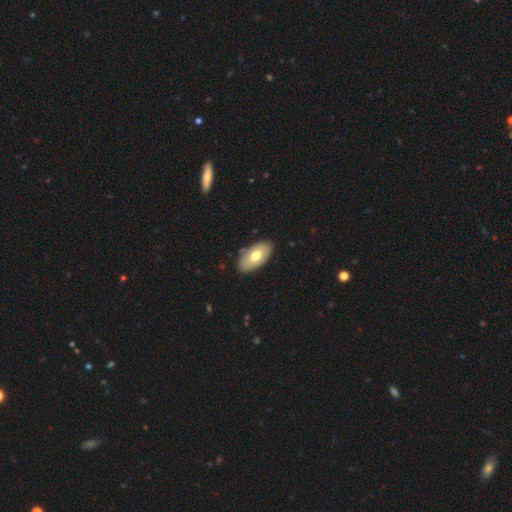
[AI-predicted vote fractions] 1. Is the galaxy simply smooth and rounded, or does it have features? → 65% smooth, 30% featured or disk, 5% star or artifact.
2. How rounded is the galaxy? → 94% in between, 3% round, 3% cigar-shaped.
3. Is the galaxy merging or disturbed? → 84% none, 11% minor disturbance, 2% major disturbance, 2% merger.